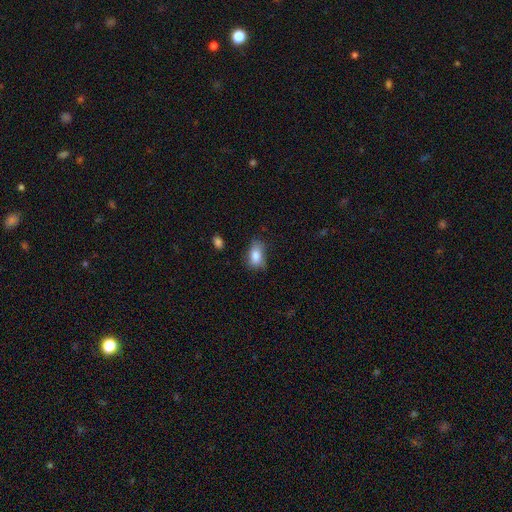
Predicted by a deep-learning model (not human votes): This is clearly a smooth galaxy (82%). How rounded: clearly in between (86%). Merging: possibly none (56%).